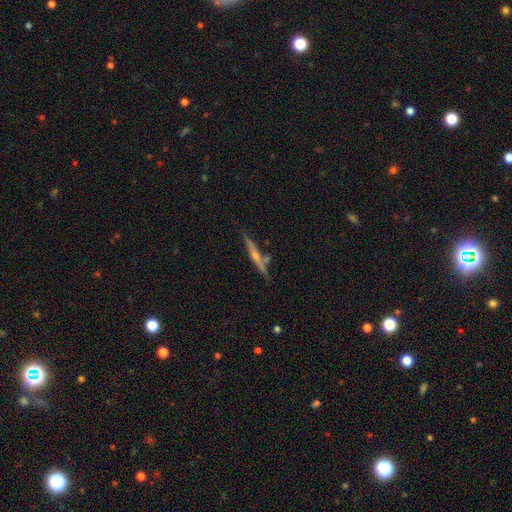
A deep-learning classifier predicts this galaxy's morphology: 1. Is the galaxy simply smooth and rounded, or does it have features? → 68% featured or disk, 24% smooth, 7% star or artifact.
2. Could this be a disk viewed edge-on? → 96% yes, 4% no.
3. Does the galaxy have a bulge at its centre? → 72% rounded, 22% none, 6% boxy.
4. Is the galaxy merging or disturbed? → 80% none, 12% minor disturbance, 6% merger, 3% major disturbance.